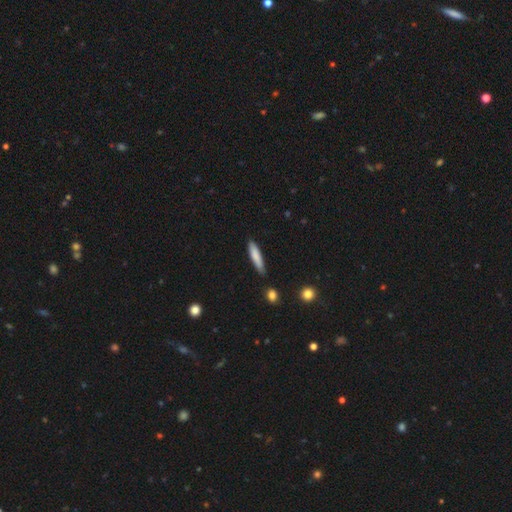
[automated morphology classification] The model was most divided on "merging": none: 80%, minor disturbance: 15%, major disturbance: 2%, merger: 2%. More confident: how rounded — cigar-shaped (85%); smooth or featured — smooth (81%).